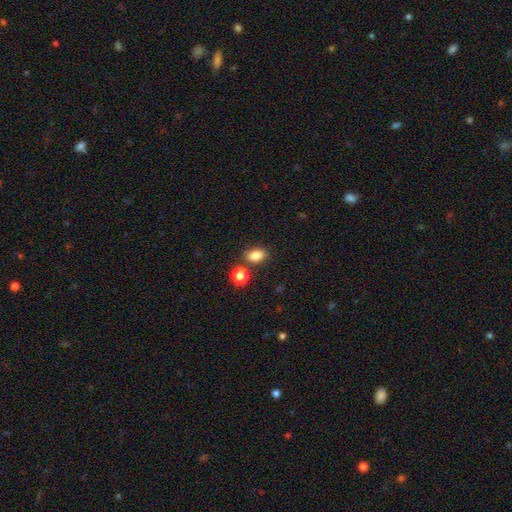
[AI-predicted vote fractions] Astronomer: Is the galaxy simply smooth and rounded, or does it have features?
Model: smooth — 83%.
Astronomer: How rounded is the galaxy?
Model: in between — 80%.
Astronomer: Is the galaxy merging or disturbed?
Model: none — 75%.